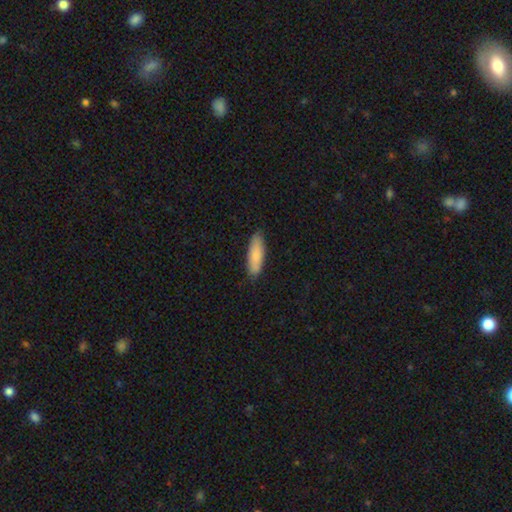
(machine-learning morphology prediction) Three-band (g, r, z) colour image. It shows a smooth galaxy with no disk features (84%) that is cigar-shaped (50%). Merging: none (86%).